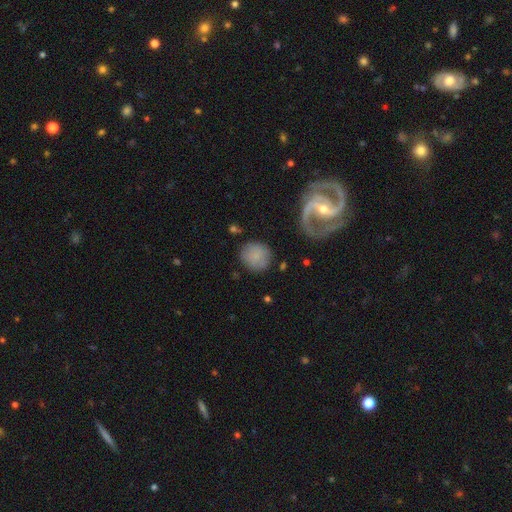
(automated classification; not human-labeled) Morphology: type=smooth (79%); roundness=round (89%); merging=none (82%).